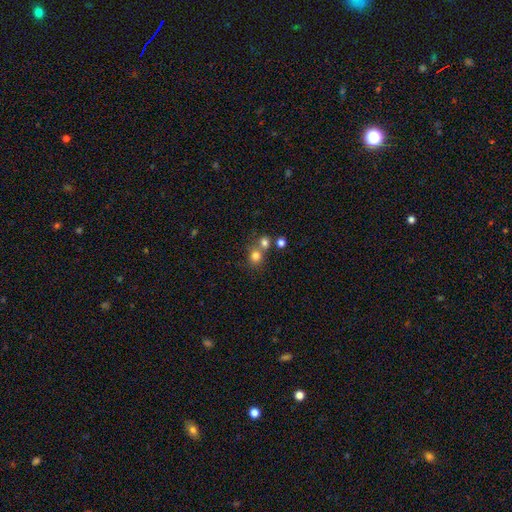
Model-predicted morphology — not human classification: Smooth or featured?
  - smooth: 76% *
  - star or artifact: 15%
  - featured or disk: 9%
How rounded?
  - round: 83% *
  - in between: 16%
  - cigar-shaped: 1%
Merging?
  - none: 52% *
  - merger: 37%
  - minor disturbance: 8%
  - major disturbance: 4%